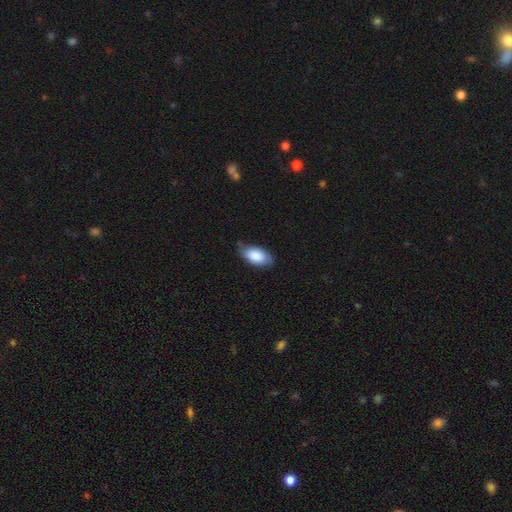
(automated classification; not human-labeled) Overall: smooth (85%). How rounded: in between (94%). Merging: none (66%; minor disturbance 28%).